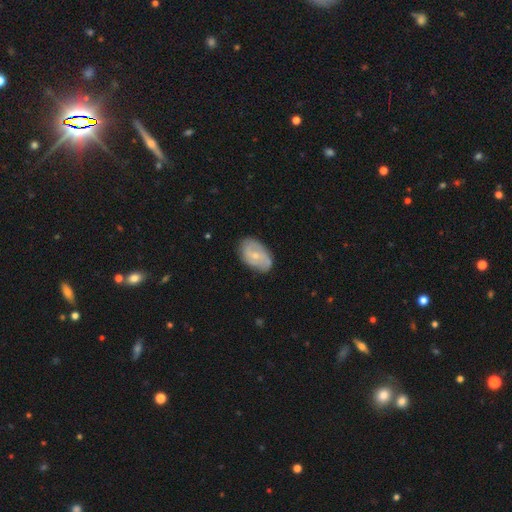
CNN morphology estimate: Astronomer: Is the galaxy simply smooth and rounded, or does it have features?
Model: featured or disk — 60%.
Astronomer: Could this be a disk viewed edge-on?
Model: no — 95%.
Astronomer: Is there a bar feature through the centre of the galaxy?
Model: no — 62%.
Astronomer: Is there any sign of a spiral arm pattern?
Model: yes — 77%.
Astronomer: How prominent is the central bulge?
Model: small — 65%.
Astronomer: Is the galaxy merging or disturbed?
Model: none — 72%.